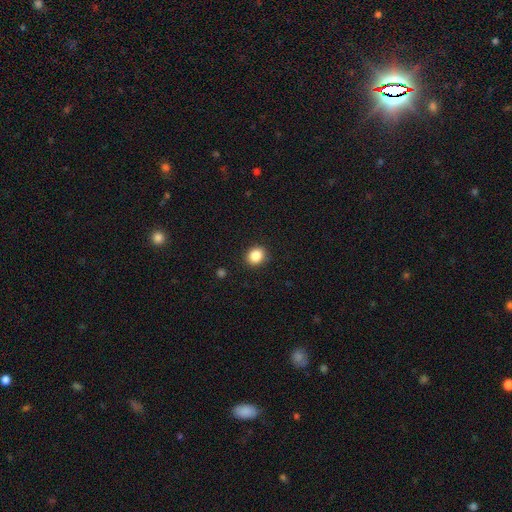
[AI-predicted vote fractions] Overall: smooth (87%). How rounded: round (70%; in between 30%). Merging: none (90%).